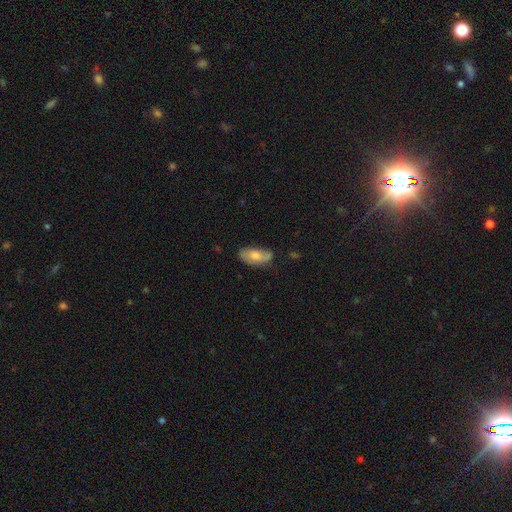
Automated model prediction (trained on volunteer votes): The model was most divided on "smooth or featured": smooth: 63%, featured or disk: 30%, star or artifact: 7%. More confident: how rounded — in between (87%); merging — none (67%).